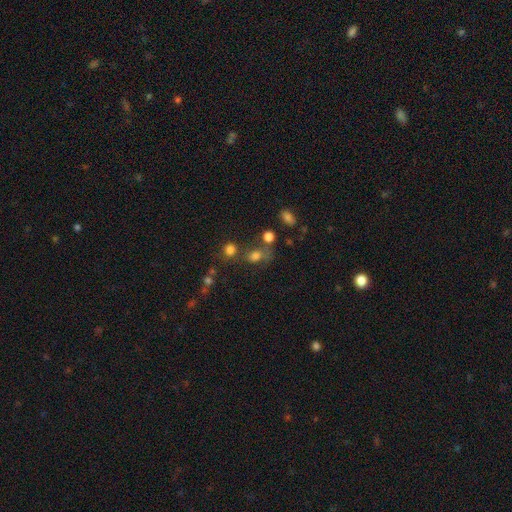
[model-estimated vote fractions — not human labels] A smooth galaxy with no disk features (74%) that is round (49%, tied with in between).

Vote fractions:
- Smooth or featured? smooth: 74% / star or artifact: 17% / featured or disk: 10%
- How rounded? round: 49% (tied) / in between: 49% (tied) / cigar-shaped: 2%
- Merging? none: 49% / merger: 22% / minor disturbance: 17% / major disturbance: 12%